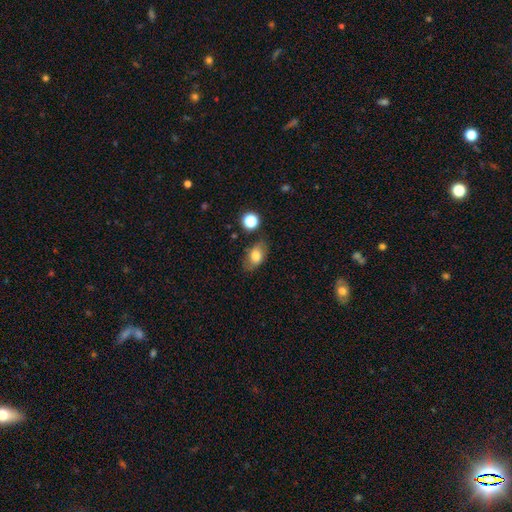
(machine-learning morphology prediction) The model was most divided on "smooth or featured": smooth: 73%, featured or disk: 18%, star or artifact: 9%. More confident: how rounded — in between (87%); merging — none (74%).